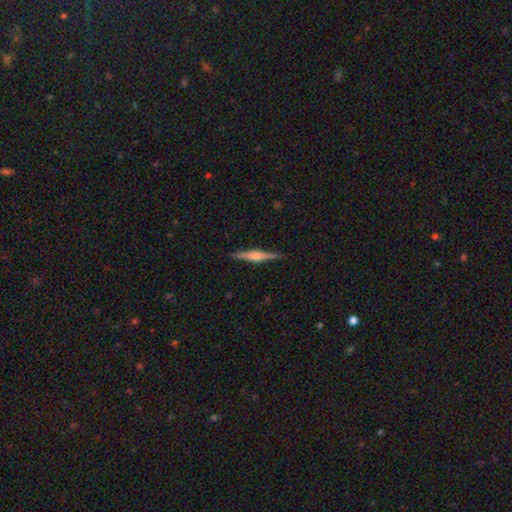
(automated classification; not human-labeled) Smooth or featured? Predicted: featured or disk (p=0.78). Edge-on disk? Predicted: yes (p=0.98). Edge-on bulge? Predicted: rounded (p=0.83). Merging? Predicted: none (p=0.91).